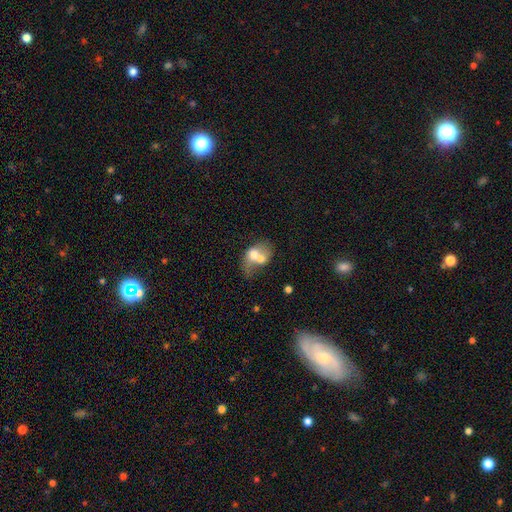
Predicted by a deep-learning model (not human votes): This is possibly a smooth galaxy (55%). How rounded: possibly in between (58%). Merging: likely merger (70%).